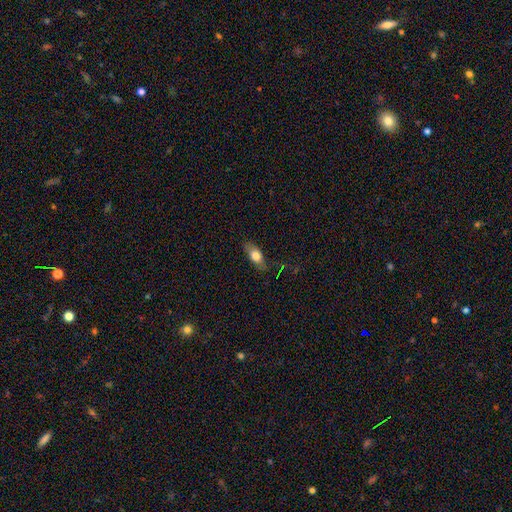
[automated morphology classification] smooth-or-featured: smooth: 72% | featured or disk: 21% | star or artifact: 7%
  how-rounded: in between: 80% | cigar-shaped: 14% | round: 6%
  merging: none: 73% | minor disturbance: 20% | major disturbance: 5% | merger: 1%